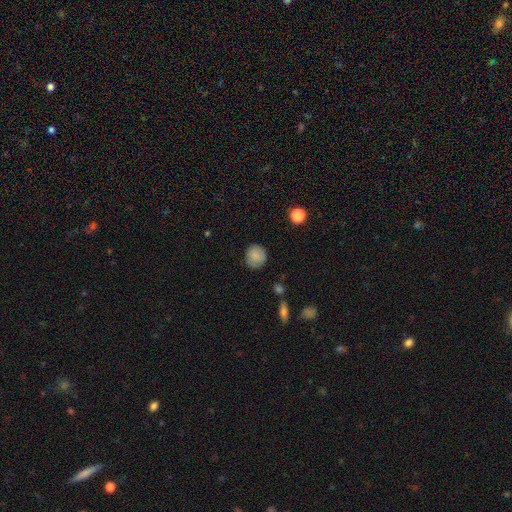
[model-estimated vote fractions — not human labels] smooth-or-featured: smooth: 85% | star or artifact: 8% | featured or disk: 7%
  how-rounded: round: 88% | in between: 11% | cigar-shaped: 1%
  merging: none: 85% | minor disturbance: 11% | major disturbance: 3% | merger: 1%